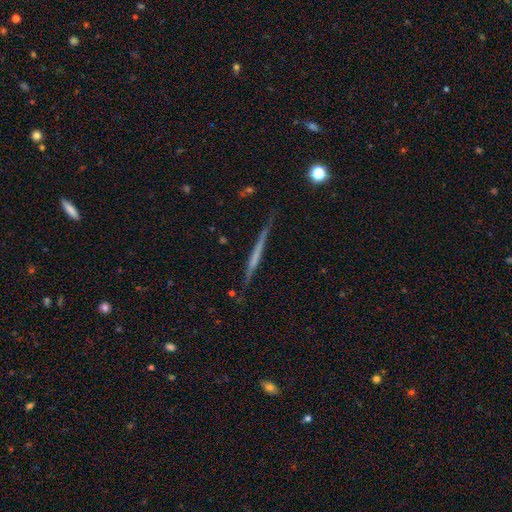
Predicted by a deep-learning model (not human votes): Smooth or featured: featured or disk — 59% (smooth — 34%)
Edge-on disk: yes — 97% (no — 3%)
Edge-on bulge: none — 82% (rounded — 10%)
Merging: none — 82% (minor disturbance — 13%)